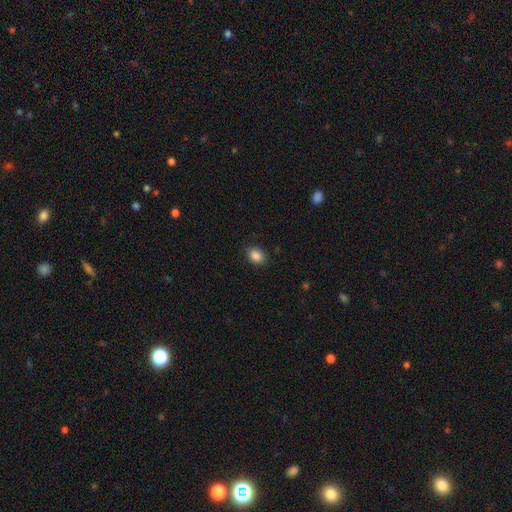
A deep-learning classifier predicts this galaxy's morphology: The model was most divided on "how rounded": in between: 60%, round: 40%, cigar-shaped: 1%. More confident: merging — none (87%); smooth or featured — smooth (87%).